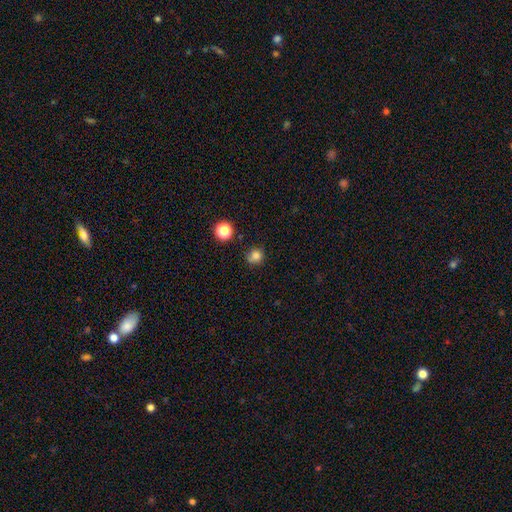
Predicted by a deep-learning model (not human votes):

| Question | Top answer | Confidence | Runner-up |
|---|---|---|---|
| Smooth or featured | smooth | 80% | star or artifact (14%) |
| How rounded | round | 89% | in between (10%) |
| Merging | none | 70% | minor disturbance (18%) |